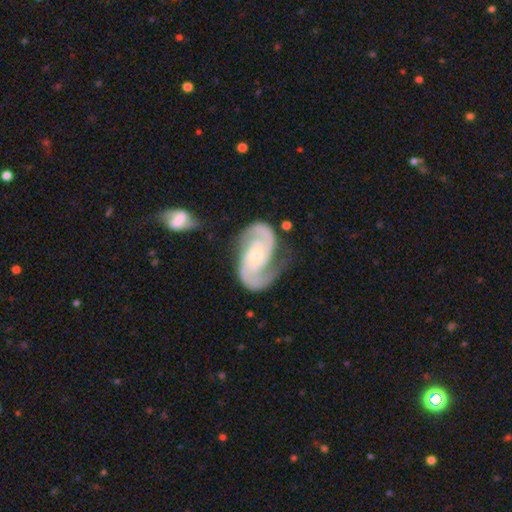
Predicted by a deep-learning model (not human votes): Smooth or featured? Predicted: featured or disk (p=0.92). Edge-on disk? Predicted: no (p=0.98). Bar? Predicted: no (p=0.64). Spiral arms? Predicted: yes (p=0.98). Spiral winding? Predicted: medium (p=0.49). Spiral arm count? Predicted: 2 (p=0.93). Bulge size? Predicted: small (p=0.53). Merging? Predicted: none (p=0.66).